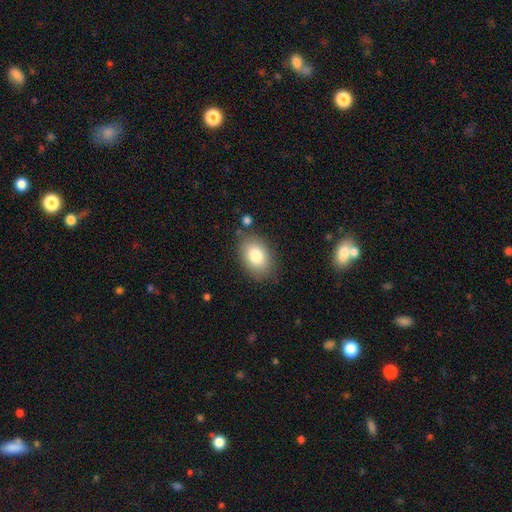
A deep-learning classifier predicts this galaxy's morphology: smooth 81%, featured or disk 11%, star or artifact 8%. Down the decision tree: how rounded — in between (81%); merging — none (81%).